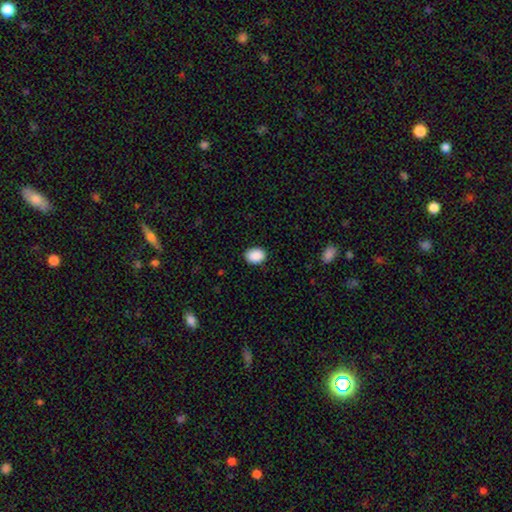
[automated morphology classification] Smooth or featured? Predicted: smooth (p=0.90). How rounded? Predicted: in between (p=0.68). Merging? Predicted: none (p=0.88).